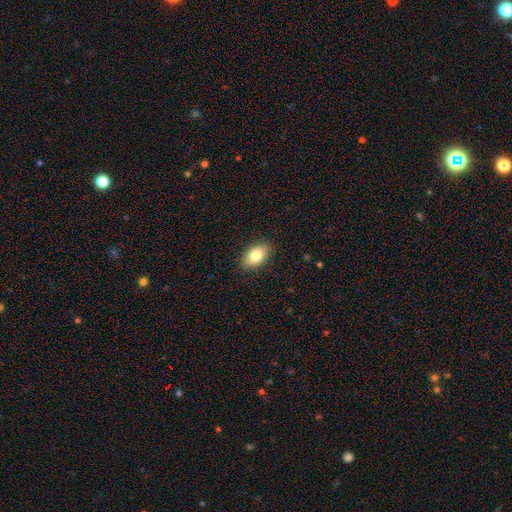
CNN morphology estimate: Smooth or featured?
  - smooth: 80% *
  - featured or disk: 12%
  - star or artifact: 8%
How rounded?
  - in between: 91% *
  - round: 7%
  - cigar-shaped: 2%
Merging?
  - none: 88% *
  - minor disturbance: 9%
  - major disturbance: 2%
  - merger: 1%